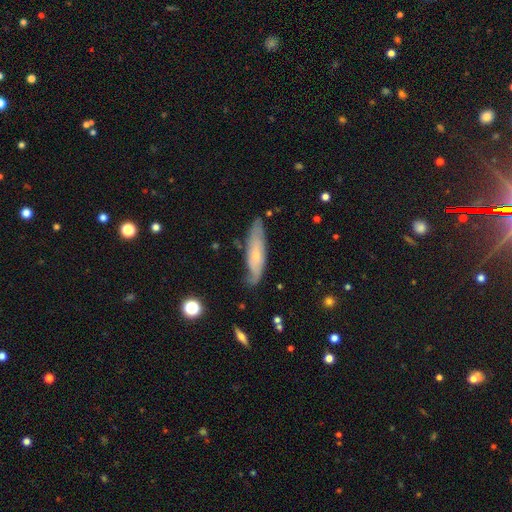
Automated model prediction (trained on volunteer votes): A featured or disk galaxy (58%).

Vote fractions:
- Smooth or featured? featured or disk: 58% / smooth: 35% / star or artifact: 6%
- Edge-on disk? no: 65% / yes: 35%
- Merging? none: 69% / minor disturbance: 23% / major disturbance: 6% / merger: 2%